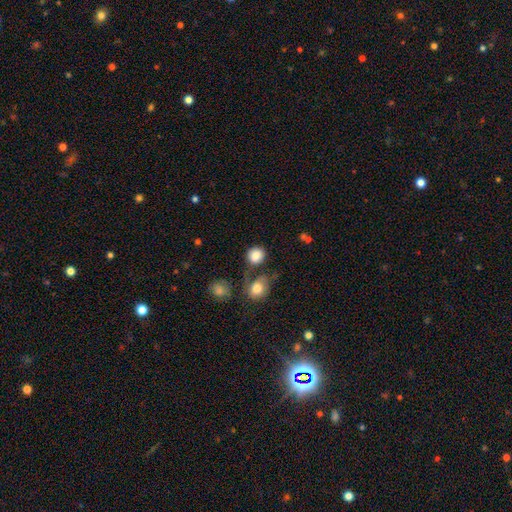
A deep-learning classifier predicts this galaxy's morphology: A smooth galaxy with no disk features (85%) that is round (78%).

Vote fractions:
- Smooth or featured? smooth: 85% / star or artifact: 8% / featured or disk: 7%
- How rounded? round: 78% / in between: 21% / cigar-shaped: 1%
- Merging? none: 55% / merger: 20% / minor disturbance: 15% / major disturbance: 9%